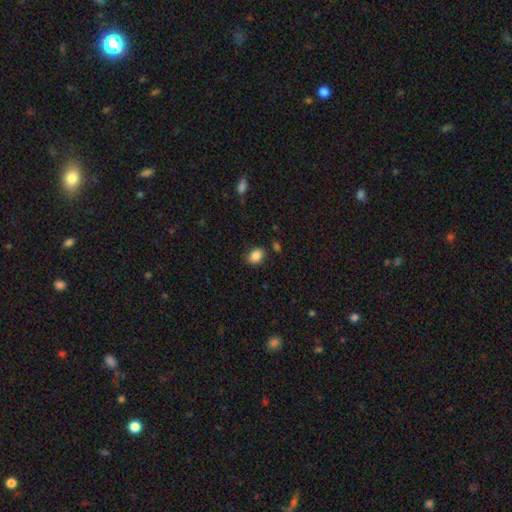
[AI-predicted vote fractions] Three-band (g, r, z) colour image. It shows a smooth galaxy with no disk features (85%) that is in between round and cigar-shaped (69%). Merging: none (81%).